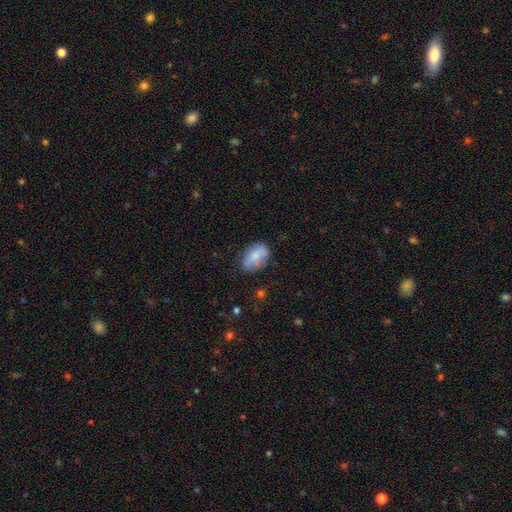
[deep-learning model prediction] smooth_or_featured: smooth (p=0.70) [alt: featured or disk p=0.23]
how_rounded: in between (p=0.86) [alt: round p=0.11]
merging: none (p=0.71) [alt: minor disturbance p=0.21]